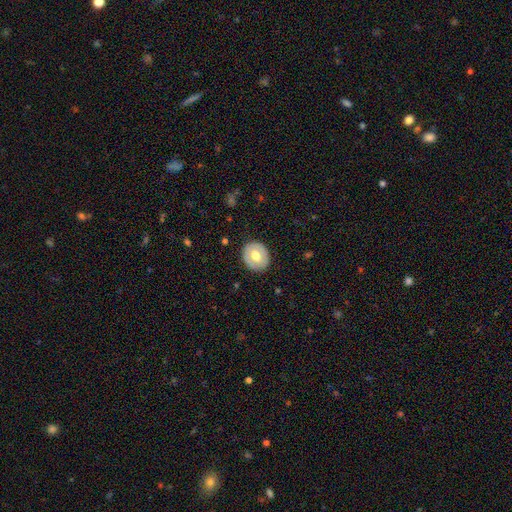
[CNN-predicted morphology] This is possibly a smooth galaxy (52%). How rounded: likely round (69%). Merging: clearly none (86%).